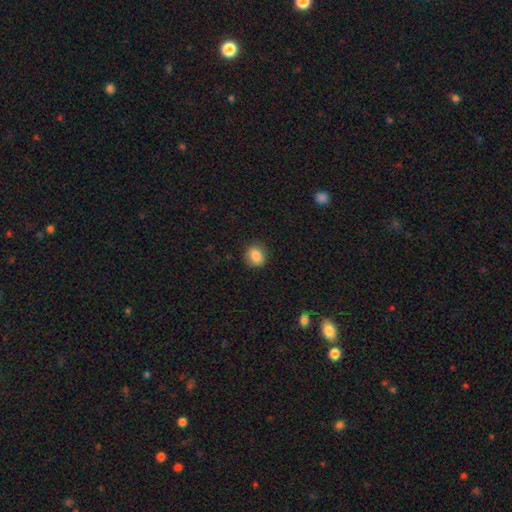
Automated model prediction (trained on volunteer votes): smooth 87%, star or artifact 9%, featured or disk 5%. Down the decision tree: how rounded — round (60%); merging — none (88%).